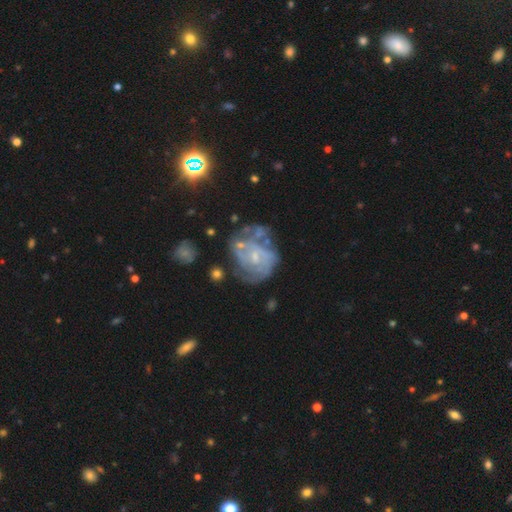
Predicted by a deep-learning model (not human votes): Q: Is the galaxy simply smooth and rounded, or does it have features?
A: featured or disk — 75%.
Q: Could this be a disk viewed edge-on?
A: no — 98%.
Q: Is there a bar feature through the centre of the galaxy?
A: no — 65%.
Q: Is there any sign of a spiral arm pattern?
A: yes — 64%.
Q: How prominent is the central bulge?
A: small — 62%.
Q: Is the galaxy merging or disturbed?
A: none — 43%.